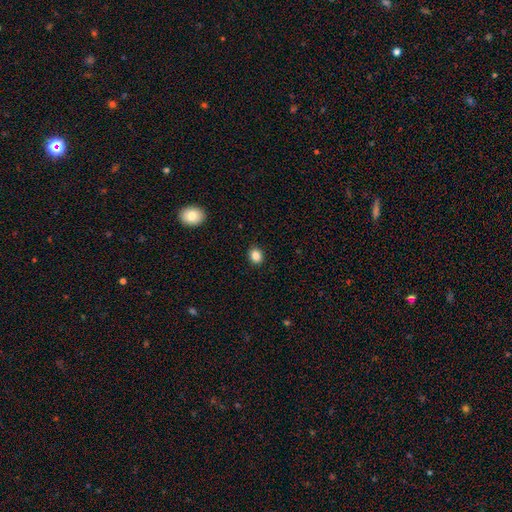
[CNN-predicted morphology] This appears to be a smooth galaxy with no disk features (86%) that is round (59%). Merging: none (91%).